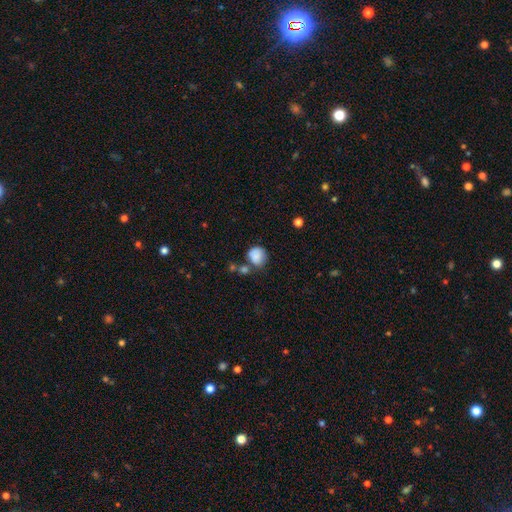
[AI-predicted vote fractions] Q: Smooth or featured?
A: smooth (84%); runner-up: star or artifact (8%)
Q: How rounded?
A: round (78%); runner-up: in between (21%)
Q: Merging?
A: none (52%); runner-up: minor disturbance (22%)